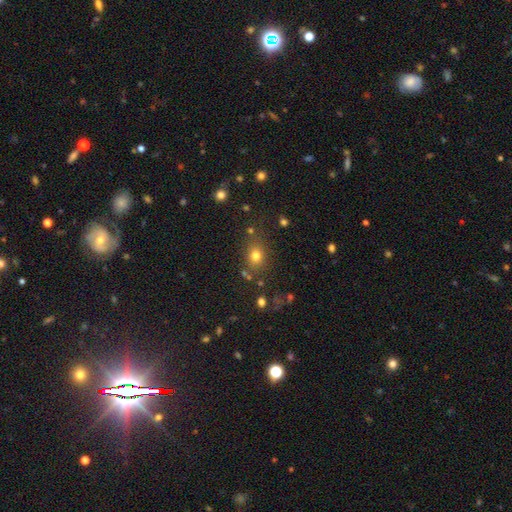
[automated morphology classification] This is likely a smooth galaxy (74%). How rounded: likely round (61%). Merging: likely none (74%).